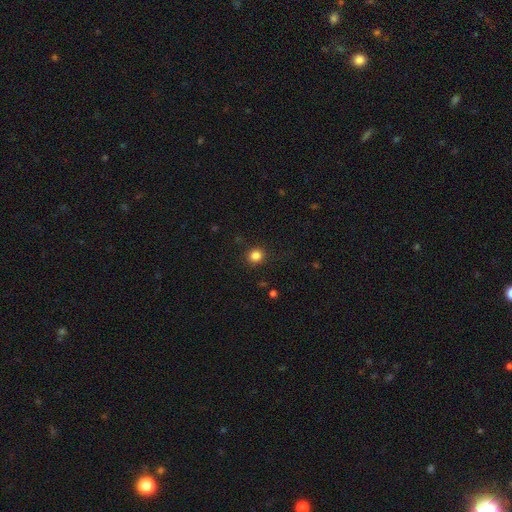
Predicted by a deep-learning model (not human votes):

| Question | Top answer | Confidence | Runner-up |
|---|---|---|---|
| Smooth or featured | smooth | 84% | star or artifact (12%) |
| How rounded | round | 88% | in between (11%) |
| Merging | none | 91% | minor disturbance (6%) |